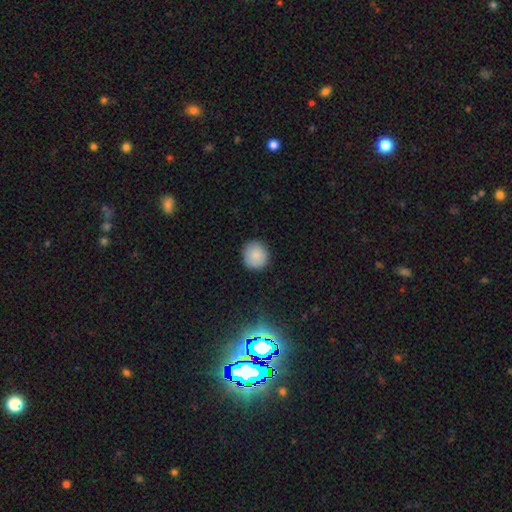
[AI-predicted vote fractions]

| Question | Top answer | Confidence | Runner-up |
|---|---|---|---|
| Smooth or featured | smooth | 87% | star or artifact (8%) |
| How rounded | round | 91% | in between (8%) |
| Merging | none | 89% | minor disturbance (8%) |